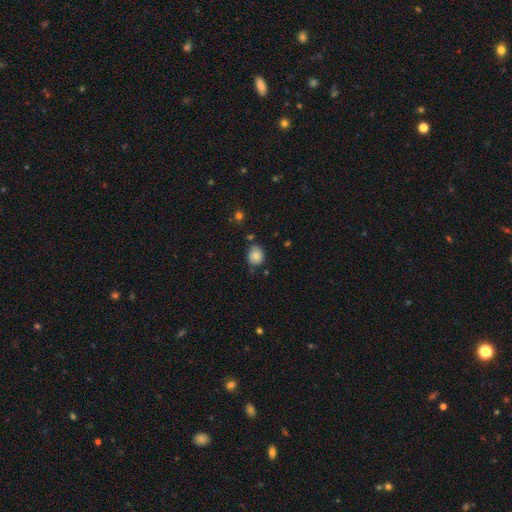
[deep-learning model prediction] smooth 84%, star or artifact 9%, featured or disk 7%. Down the decision tree: how rounded — round (67%); merging — none (71%).